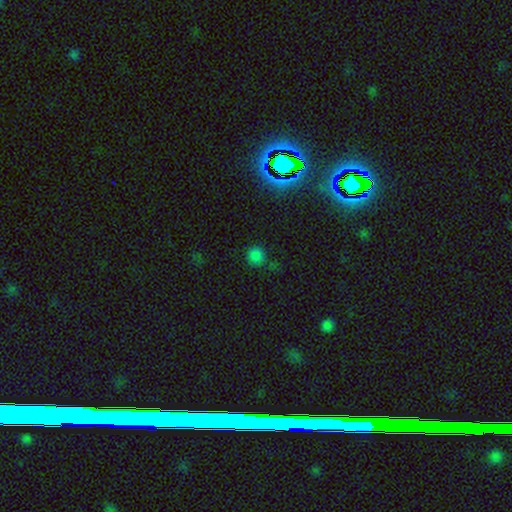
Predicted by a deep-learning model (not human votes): Smooth or featured? smooth (70%)
How rounded? round (90%)
Merging? none (75%)